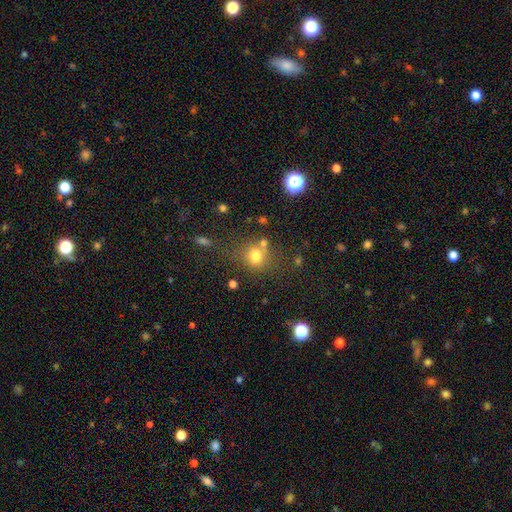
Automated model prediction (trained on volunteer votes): This appears to be a smooth galaxy with no disk features (72%) that is round (75%). Merging: none (60%).